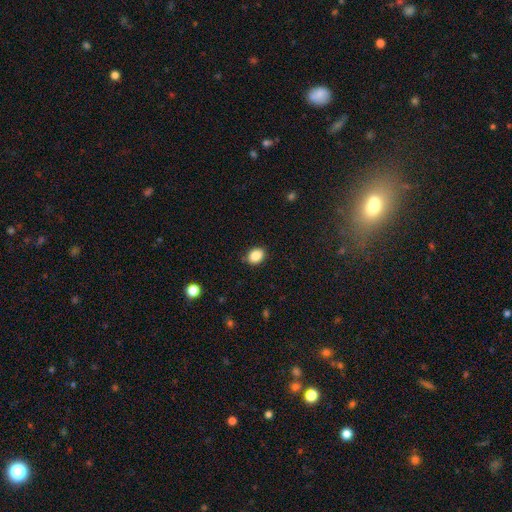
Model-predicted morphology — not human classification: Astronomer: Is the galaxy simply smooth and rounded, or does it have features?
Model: smooth — 87%.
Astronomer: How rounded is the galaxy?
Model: in between — 63%.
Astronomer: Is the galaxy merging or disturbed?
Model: none — 84%.